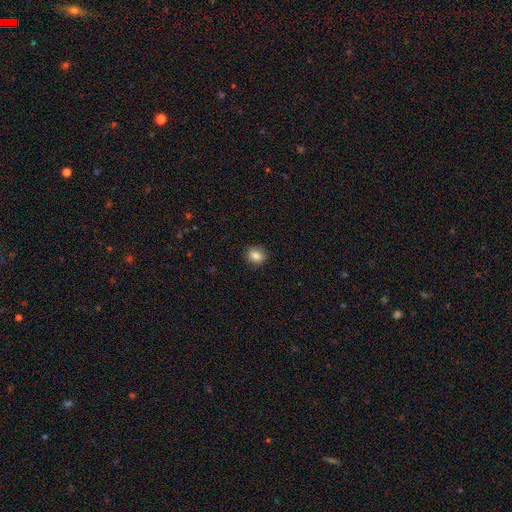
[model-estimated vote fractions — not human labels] smooth_or_featured: smooth (p=0.85) [alt: star or artifact p=0.10]
how_rounded: round (p=0.68) [alt: in between p=0.31]
merging: none (p=0.88) [alt: minor disturbance p=0.09]